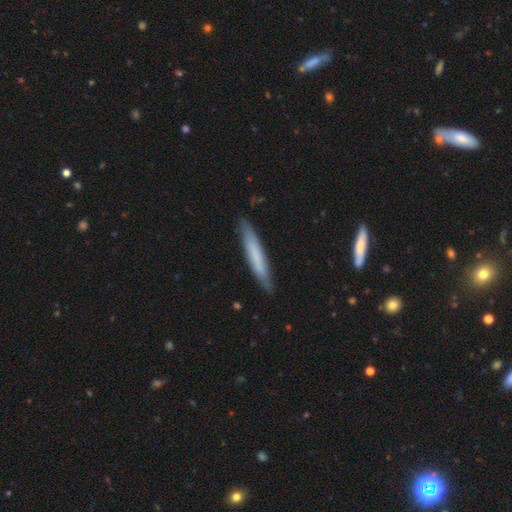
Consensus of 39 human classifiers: Overall: smooth (72%). How rounded: cigar-shaped (86%). Merging: none (90%).